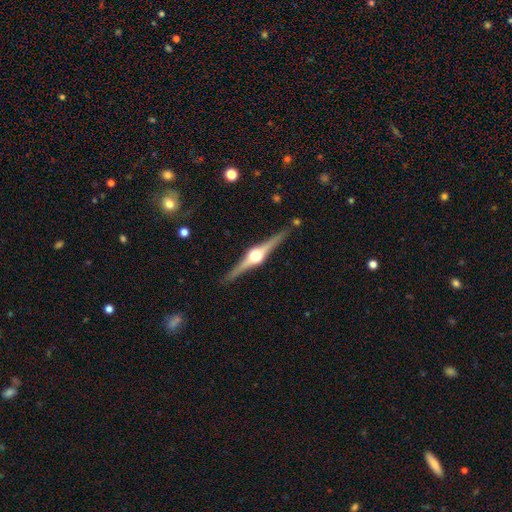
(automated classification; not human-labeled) smooth_or_featured: featured or disk (p=0.88) [alt: smooth p=0.07]
disk_edge_on: yes (p=0.99) [alt: no p=0.01]
edge_on_bulge: rounded (p=0.96) [alt: boxy p=0.03]
merging: none (p=0.91) [alt: minor disturbance p=0.07]